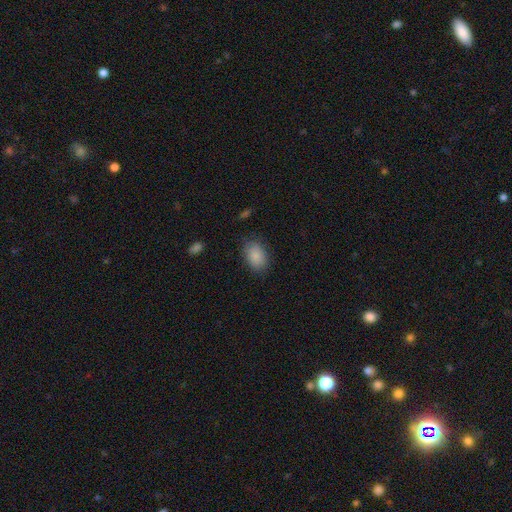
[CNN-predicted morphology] Smooth or featured? smooth (88%)
How rounded? in between (86%)
Merging? none (81%)